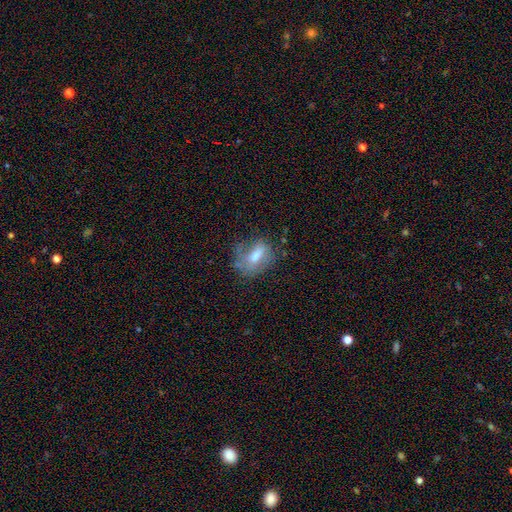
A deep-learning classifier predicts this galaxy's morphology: Smooth or featured: smooth — 53% (featured or disk — 36%)
How rounded: in between — 75% (round — 17%)
Merging: none — 49% (minor disturbance — 27%)